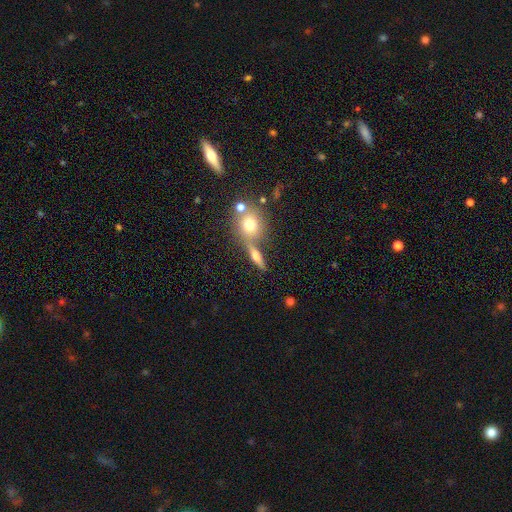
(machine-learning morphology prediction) Smooth or featured? smooth (49%)
Merging? none (62%)